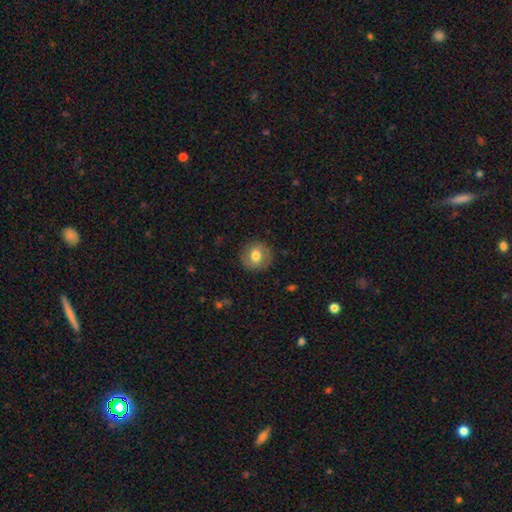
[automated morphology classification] Smooth or featured: smooth — 65% (featured or disk — 28%)
How rounded: round — 87% (in between — 12%)
Merging: none — 86% (minor disturbance — 10%)